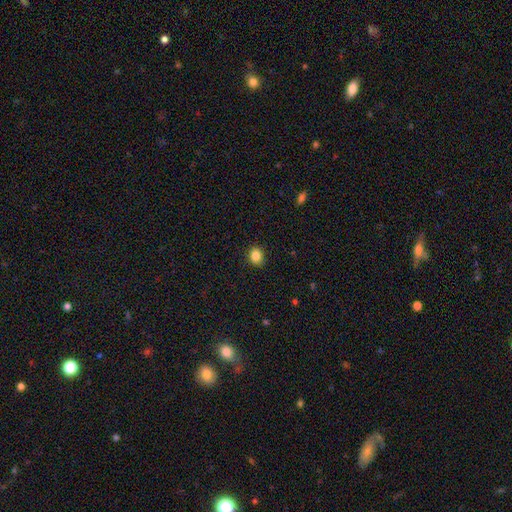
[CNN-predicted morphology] smooth 85%, star or artifact 11%, featured or disk 4%. Down the decision tree: how rounded — round (67%); merging — none (90%).